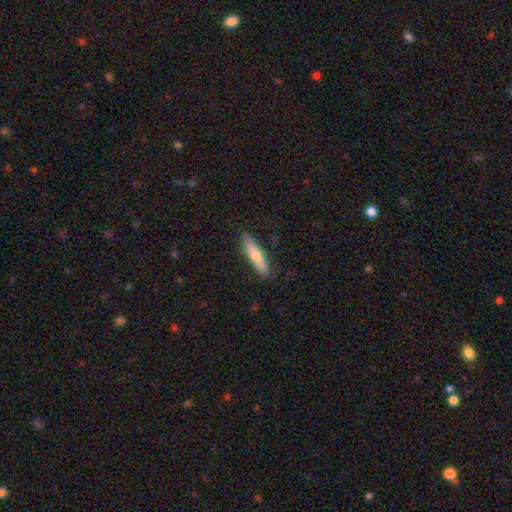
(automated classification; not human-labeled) A smooth galaxy with no disk features (68%) that is cigar-shaped (77%). Merging: none (86%).